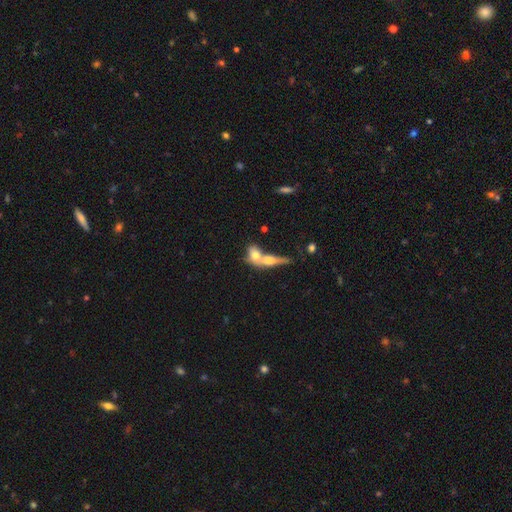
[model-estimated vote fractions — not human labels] smooth 55%, featured or disk 35%, star or artifact 10%. Down the decision tree: how rounded — in between (51%); merging — merger (67%).